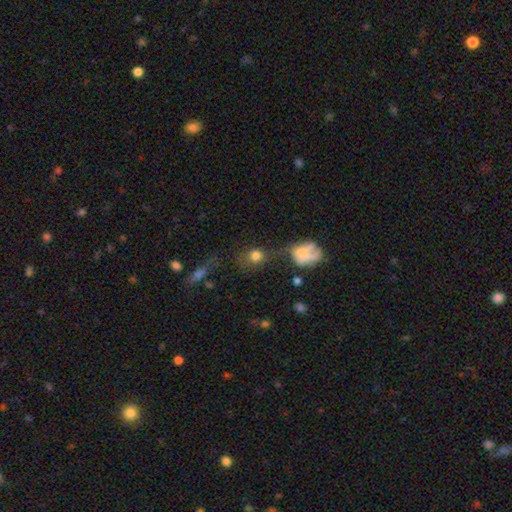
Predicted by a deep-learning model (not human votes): smooth_or_featured: smooth (p=0.74) [alt: star or artifact p=0.14]
how_rounded: round (p=0.67) [alt: in between p=0.30]
merging: none (p=0.45) [alt: merger p=0.24]